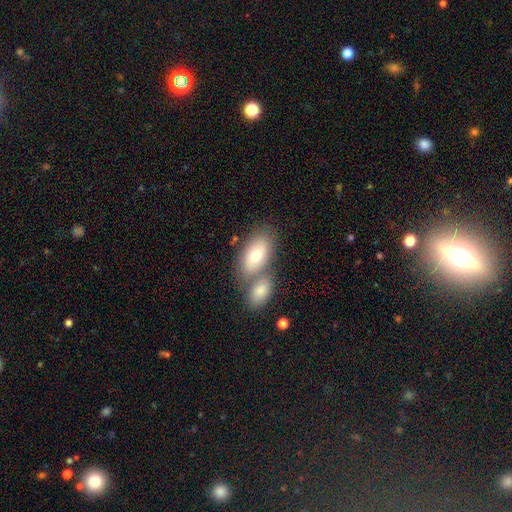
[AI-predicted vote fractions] smooth 74%, featured or disk 19%, star or artifact 6%. Down the decision tree: how rounded — in between (92%); merging — merger (47%).